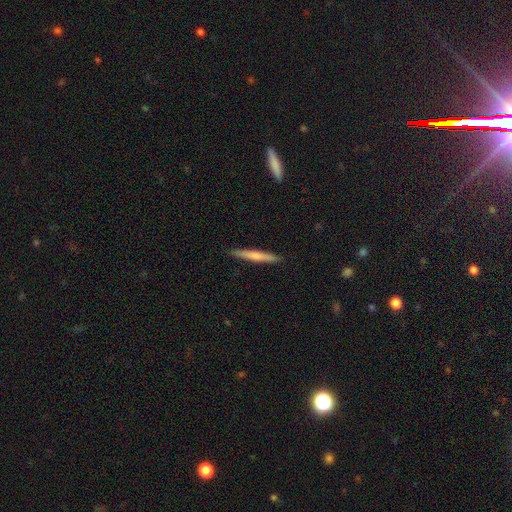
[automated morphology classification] Smooth or featured?
  - smooth: 62% *
  - featured or disk: 33%
  - star or artifact: 5%
How rounded?
  - cigar-shaped: 96% *
  - in between: 3%
  - round: 1%
Merging?
  - none: 91% *
  - minor disturbance: 7%
  - major disturbance: 1%
  - merger: 1%